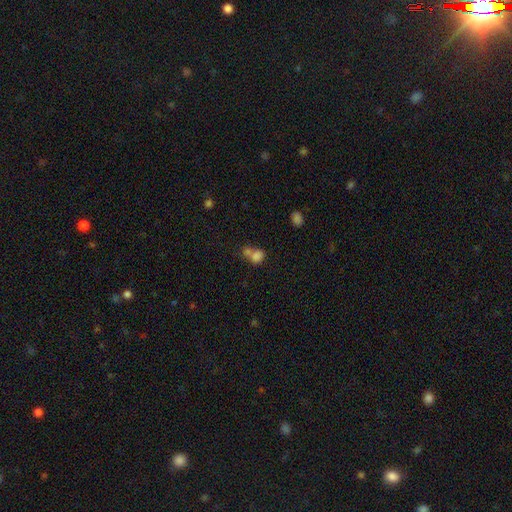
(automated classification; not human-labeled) Smooth or featured? smooth (80%)
How rounded? round (53%)
Merging? merger (54%)